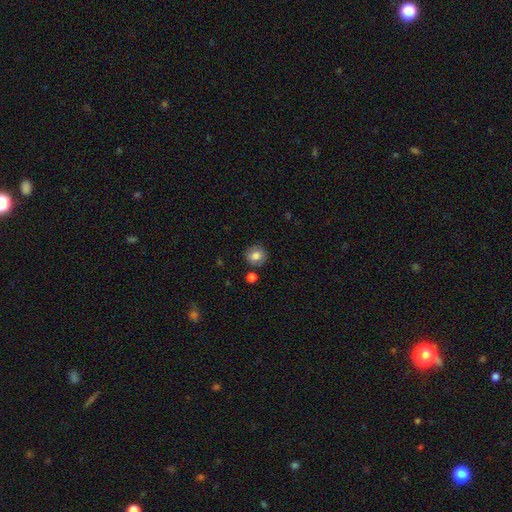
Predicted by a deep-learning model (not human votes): This appears to be a smooth galaxy with no disk features (79%) that is round (83%). Merging: none (82%).